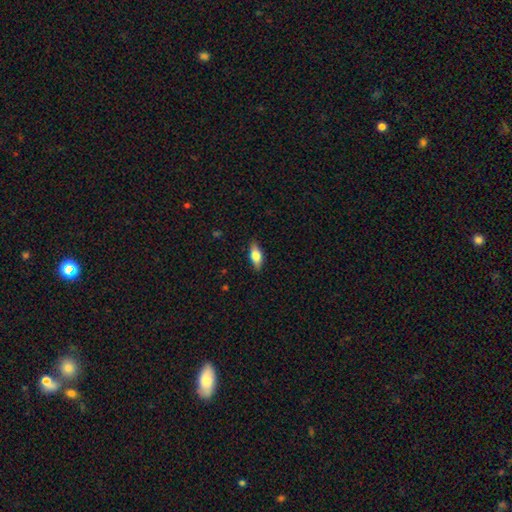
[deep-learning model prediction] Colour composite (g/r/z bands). It shows a smooth galaxy with no disk features (71%) that is in between round and cigar-shaped (77%). Merging: none (87%).